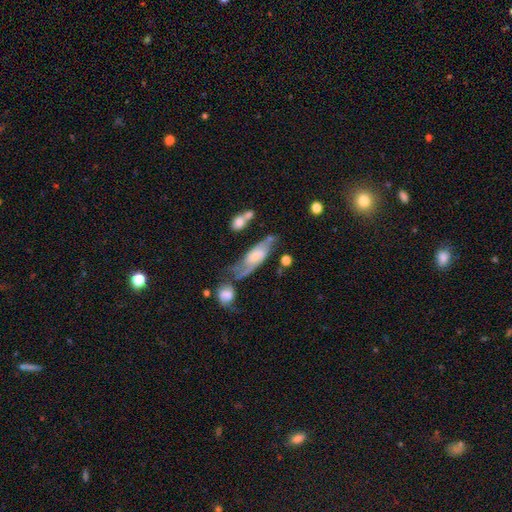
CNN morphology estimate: Smooth or featured?
  - featured or disk: 71% *
  - smooth: 22%
  - star or artifact: 6%
Edge-on disk?
  - no: 87% *
  - yes: 13%
Bar?
  - no: 57% *
  - weak: 34%
  - strong: 9%
Spiral arms?
  - yes: 90% *
  - no: 10%
Spiral winding?
  - medium: 43% *
  - loose: 33%
  - tight: 23%
Spiral arm count?
  - 2: 77% *
  - can't tell: 13%
  - 1: 5%
  - 3: 3%
  - 4: 1%
  - more than 4: 1%
Bulge size?
  - small: 52% *
  - moderate: 36%
  - none: 6%
  - large: 5%
  - dominant: 1%
Merging?
  - none: 44% *
  - minor disturbance: 23%
  - merger: 18%
  - major disturbance: 16%